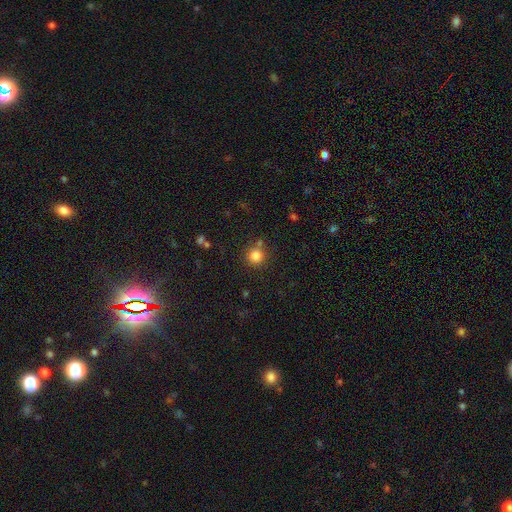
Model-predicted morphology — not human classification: The model was most divided on "smooth or featured": smooth: 83%, star or artifact: 12%, featured or disk: 5%. More confident: how rounded — round (94%); merging — none (80%).